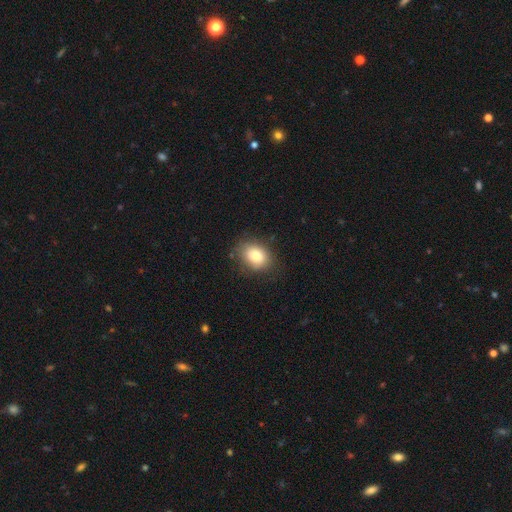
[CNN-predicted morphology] This appears to be a smooth galaxy with no disk features (81%) that is in between round and cigar-shaped (66%). Merging: none (78%).